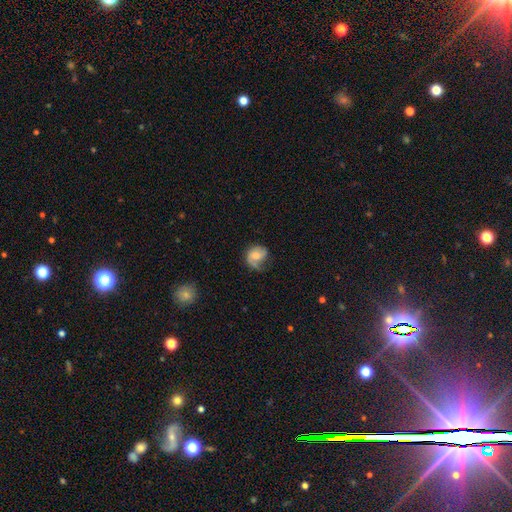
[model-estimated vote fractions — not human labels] Smooth or featured? Predicted: featured or disk (p=0.49). Merging? Predicted: none (p=0.45).